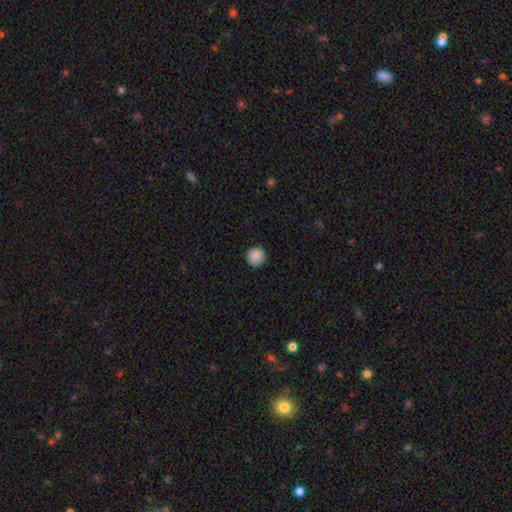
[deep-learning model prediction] smooth-or-featured: smooth: 88% | star or artifact: 8% | featured or disk: 4%
  how-rounded: round: 95% | in between: 4% | cigar-shaped: 1%
  merging: none: 90% | minor disturbance: 7% | major disturbance: 2% | merger: 1%